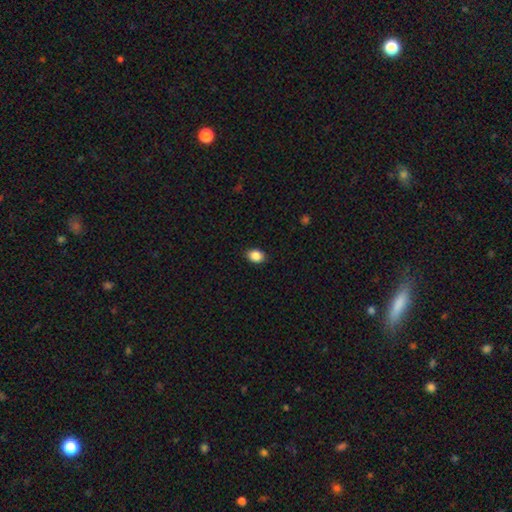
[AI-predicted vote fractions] Q: Smooth or featured?
A: smooth (88%); runner-up: star or artifact (9%)
Q: How rounded?
A: in between (62%); runner-up: round (37%)
Q: Merging?
A: none (89%); runner-up: minor disturbance (8%)